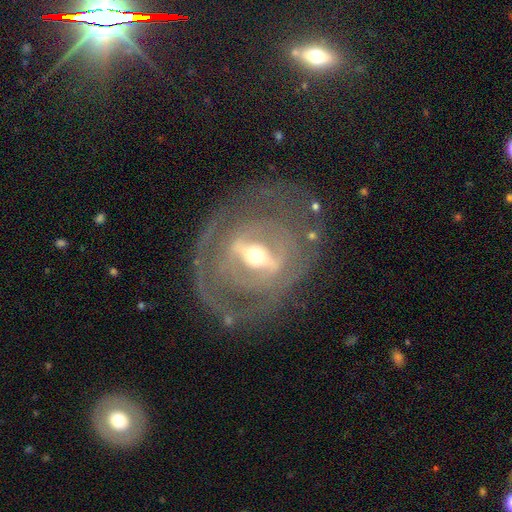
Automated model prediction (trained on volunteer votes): A featured or disk galaxy (85%) with a strong bar (69%), 2 (43%) tight (55%) spiral arms (66%) and a moderate central bulge (61%).

Vote fractions:
- Smooth or featured? featured or disk: 85% / smooth: 9% / star or artifact: 6%
- Edge-on disk? no: 90% / yes: 10%
- Bar? strong: 69% / weak: 22% / no: 9%
- Spiral arms? yes: 66% / no: 34%
- Spiral winding? tight: 55% / medium: 31% / loose: 14%
- Spiral arm count? 2: 43% / can't tell: 36% / 3: 8% / 1: 6% / 4: 4% / more than 4: 4%
- Bulge size? moderate: 61% / small: 29% / large: 8% / dominant: 1% / none: 1%
- Merging? none: 65% / major disturbance: 17% / minor disturbance: 15% / merger: 2%